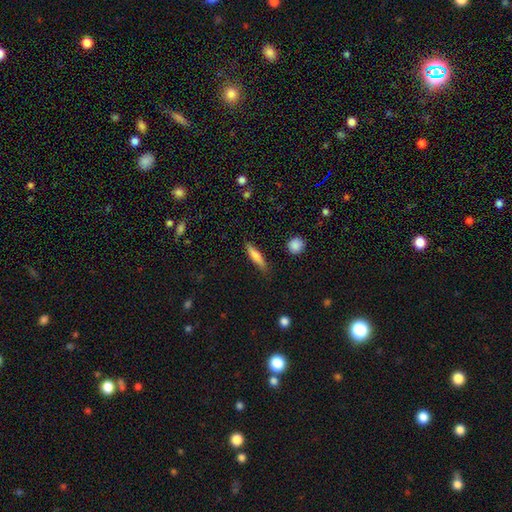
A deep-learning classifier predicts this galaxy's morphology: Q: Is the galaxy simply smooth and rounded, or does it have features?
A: smooth — 73%.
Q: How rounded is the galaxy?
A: cigar-shaped — 78%.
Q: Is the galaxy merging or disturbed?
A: none — 83%.